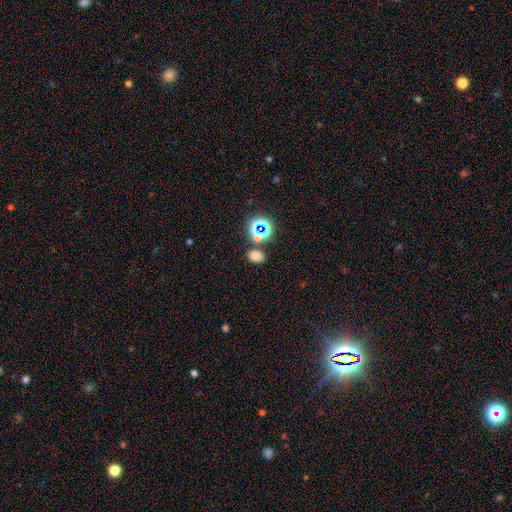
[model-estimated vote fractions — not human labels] Overall: smooth (69%). How rounded: in between (69%). Merging: none (76%).